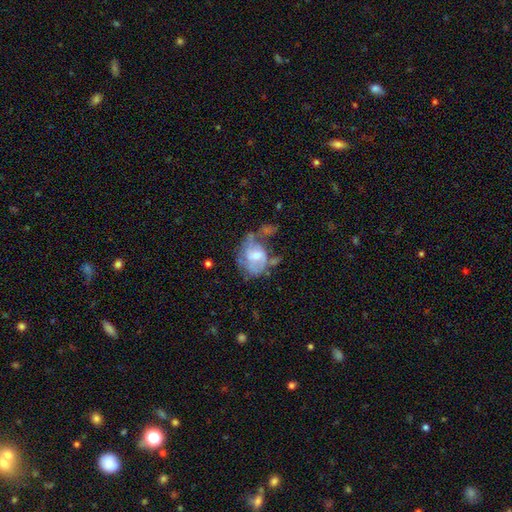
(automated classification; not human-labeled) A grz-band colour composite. It shows a featured or disk galaxy (61%) with no bar (50%), spiral arms (61%) and a moderate central bulge (53%). Merging: major disturbance (39%).